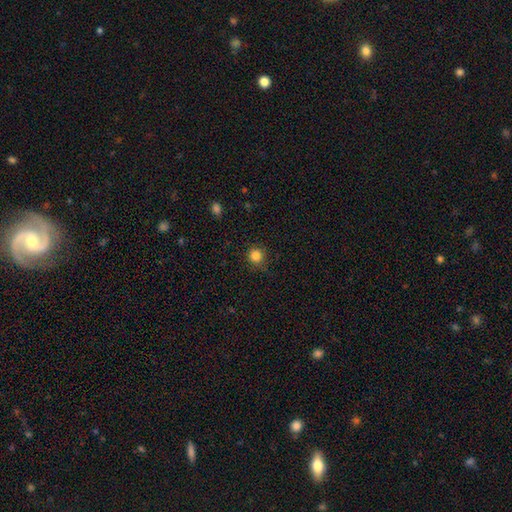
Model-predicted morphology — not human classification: Overall: smooth (84%). How rounded: round (92%). Merging: none (85%).